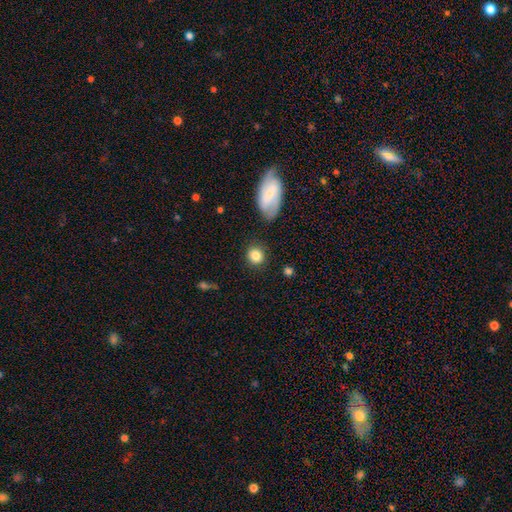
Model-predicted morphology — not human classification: Smooth or featured: smooth — 83% (star or artifact — 9%)
How rounded: round — 84% (in between — 15%)
Merging: none — 84% (minor disturbance — 10%)